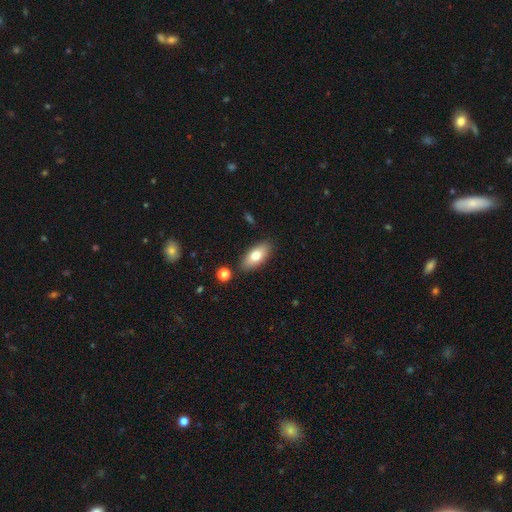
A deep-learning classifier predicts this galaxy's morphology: Smooth or featured?
  - smooth: 75% *
  - featured or disk: 18%
  - star or artifact: 7%
How rounded?
  - in between: 87% *
  - cigar-shaped: 10%
  - round: 3%
Merging?
  - none: 85% *
  - minor disturbance: 10%
  - merger: 3%
  - major disturbance: 2%